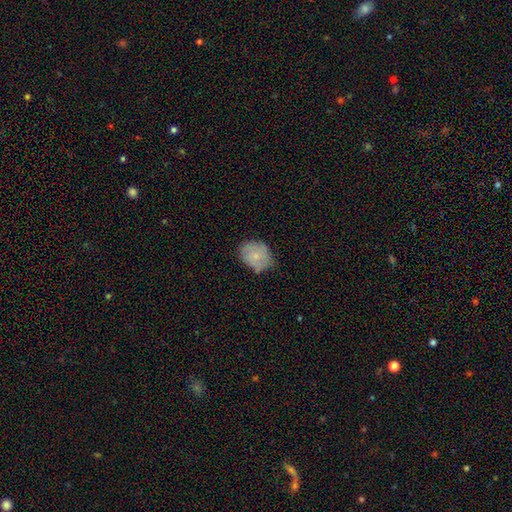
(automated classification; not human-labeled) smooth_or_featured: smooth (p=0.64) [alt: featured or disk p=0.29]
how_rounded: in between (p=0.51) [alt: round p=0.48]
merging: none (p=0.65) [alt: minor disturbance p=0.28]